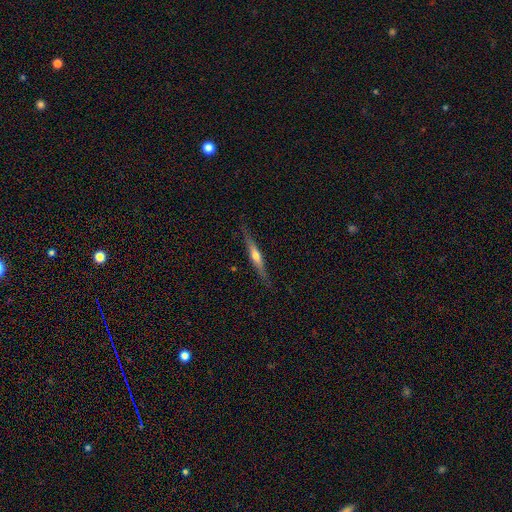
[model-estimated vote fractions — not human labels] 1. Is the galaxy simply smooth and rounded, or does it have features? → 63% featured or disk, 31% smooth, 6% star or artifact.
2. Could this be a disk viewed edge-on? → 95% yes, 5% no.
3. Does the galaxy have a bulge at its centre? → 81% rounded, 13% none, 6% boxy.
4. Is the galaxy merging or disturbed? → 83% none, 13% minor disturbance, 3% major disturbance, 1% merger.